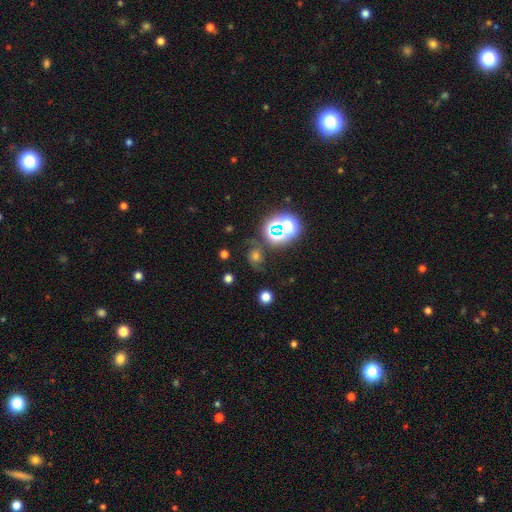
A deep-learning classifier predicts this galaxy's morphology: A smooth galaxy with no disk features (43%). Merging: none (64%).